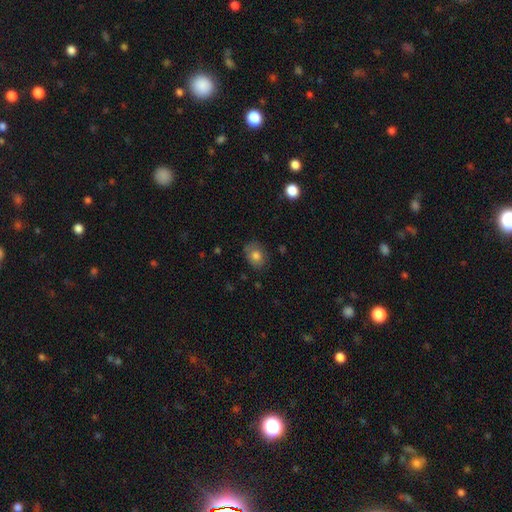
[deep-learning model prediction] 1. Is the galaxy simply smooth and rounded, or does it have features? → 77% smooth, 13% featured or disk, 9% star or artifact.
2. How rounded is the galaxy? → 56% in between, 43% round, 1% cigar-shaped.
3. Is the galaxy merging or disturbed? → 76% none, 18% minor disturbance, 4% major disturbance, 1% merger.